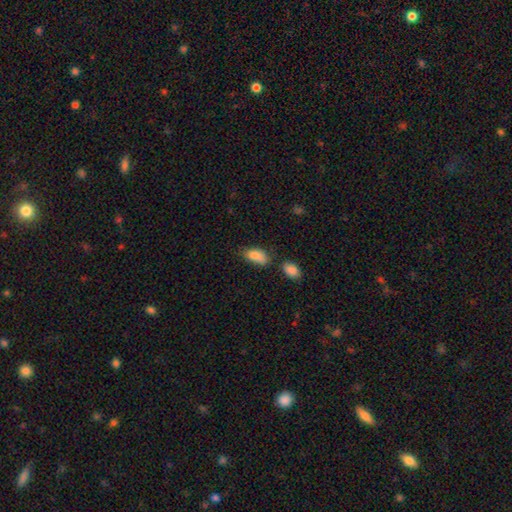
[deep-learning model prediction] This appears to be a smooth galaxy with no disk features (83%) that is in between round and cigar-shaped (89%). Merging: none (45%).